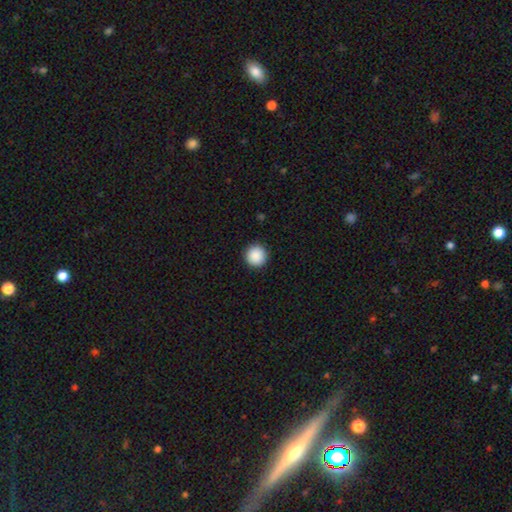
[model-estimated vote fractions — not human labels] Smooth or featured? Predicted: smooth (p=0.89). How rounded? Predicted: round (p=0.96). Merging? Predicted: none (p=0.93).